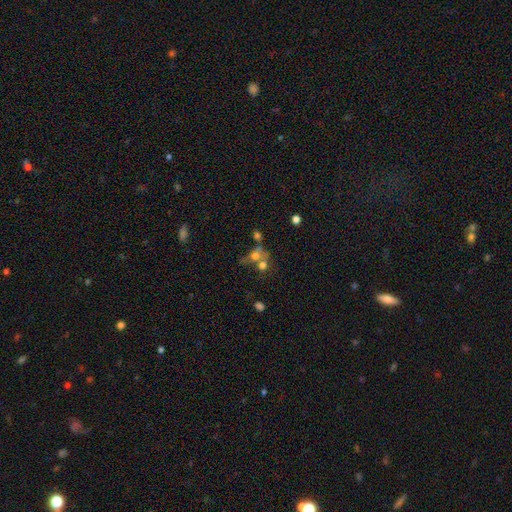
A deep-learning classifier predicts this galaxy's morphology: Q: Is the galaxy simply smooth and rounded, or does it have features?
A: smooth — 56%.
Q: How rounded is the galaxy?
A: round — 57%.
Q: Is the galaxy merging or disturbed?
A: merger — 51%.